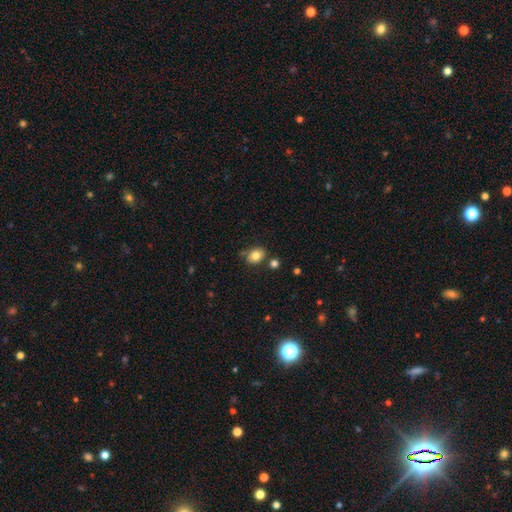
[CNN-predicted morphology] smooth-or-featured: smooth: 81% | star or artifact: 10% | featured or disk: 9%
  how-rounded: in between: 53% | round: 46% | cigar-shaped: 1%
  merging: none: 72% | minor disturbance: 16% | merger: 8% | major disturbance: 4%